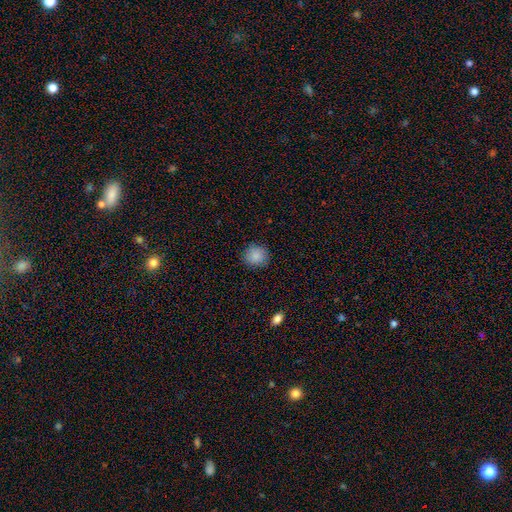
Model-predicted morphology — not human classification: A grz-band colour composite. It shows a smooth galaxy with no disk features (87%) that is round (88%). Merging: none (88%).